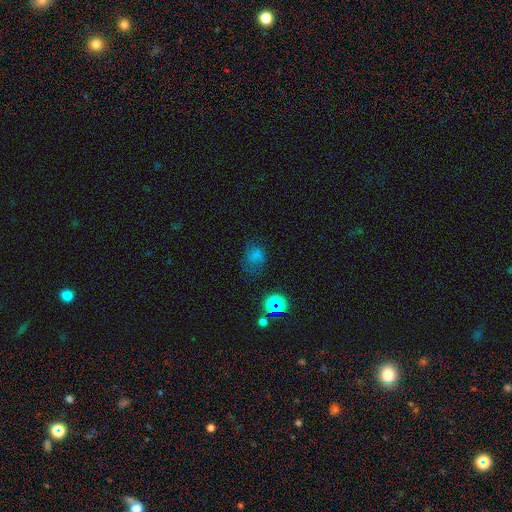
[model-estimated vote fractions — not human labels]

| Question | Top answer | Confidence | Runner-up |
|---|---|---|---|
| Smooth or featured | smooth | 62% | star or artifact (23%) |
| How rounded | round | 61% | in between (38%) |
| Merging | none | 50% | minor disturbance (27%) |